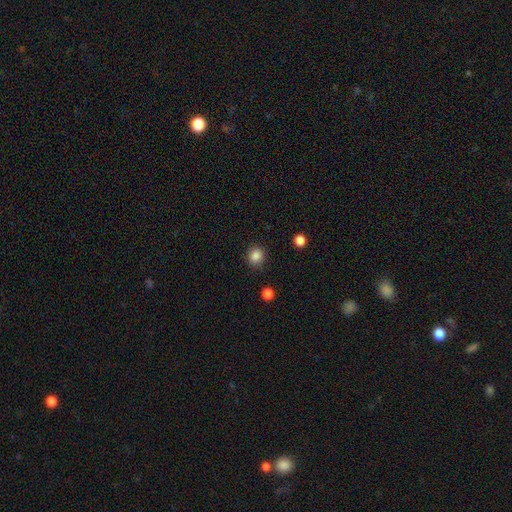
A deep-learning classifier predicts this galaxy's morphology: smooth 86%, star or artifact 11%, featured or disk 3%. Down the decision tree: how rounded — round (86%); merging — none (89%).